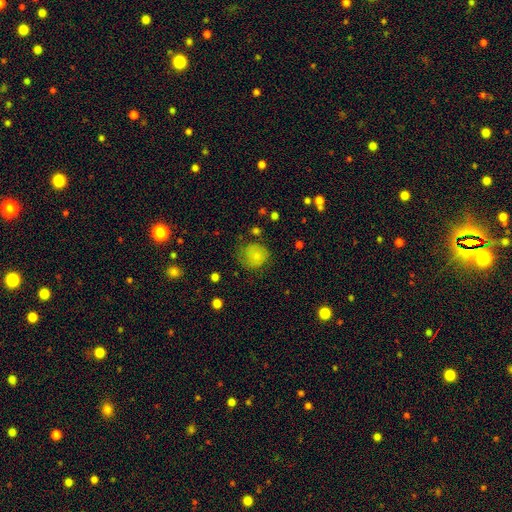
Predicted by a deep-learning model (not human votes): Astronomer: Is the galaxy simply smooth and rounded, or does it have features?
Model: smooth — 75%.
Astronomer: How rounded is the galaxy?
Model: round — 82%.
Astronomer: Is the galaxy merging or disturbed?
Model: none — 59%.